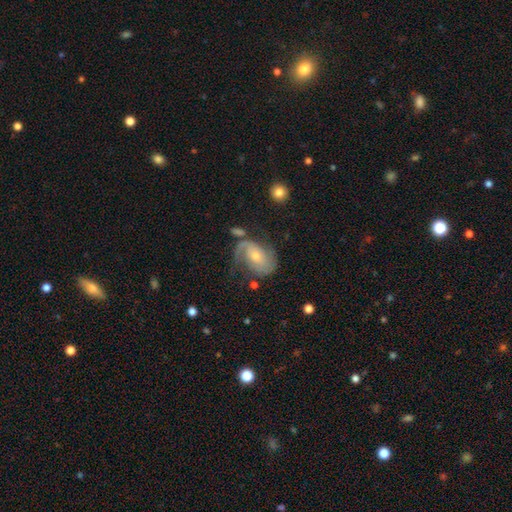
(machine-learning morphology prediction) smooth-or-featured: featured or disk: 75% | smooth: 19% | star or artifact: 7%
  disk-edge-on: no: 97% | yes: 3%
    bar: no: 54% | weak: 36% | strong: 10%
    has-spiral-arms: yes: 91% | no: 9%
      spiral-winding: medium: 43% | tight: 31% | loose: 27%
      spiral-arm-count: 2: 64% | 1: 19% | can't tell: 12% | 3: 3% | 4: 1% | more than 4: 1%
    bulge-size: small: 51% | moderate: 43% | large: 3% | none: 2% | dominant: 1%
  merging: none: 45% | major disturbance: 25% | minor disturbance: 24% | merger: 7%